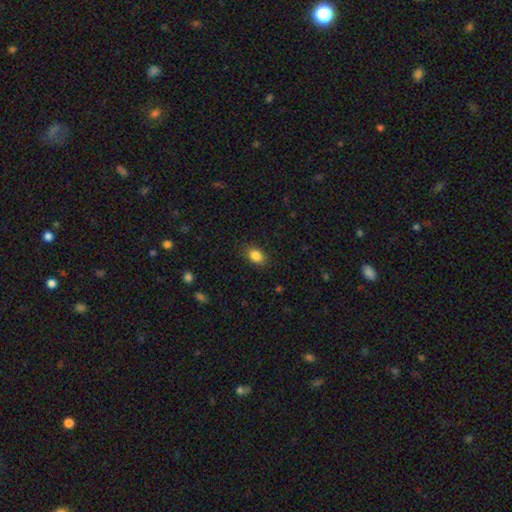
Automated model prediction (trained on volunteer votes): smooth 86%, star or artifact 9%, featured or disk 5%. Down the decision tree: how rounded — in between (79%); merging — none (86%).